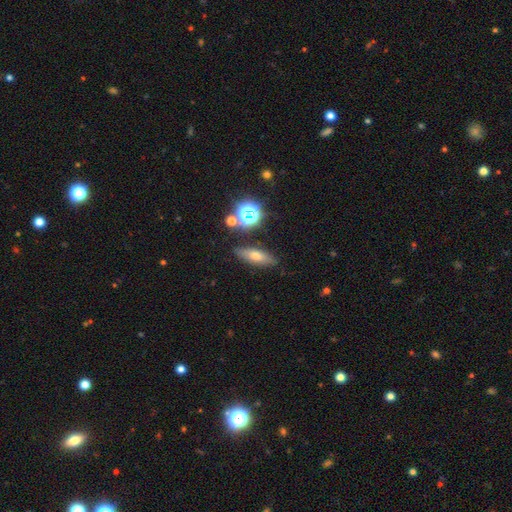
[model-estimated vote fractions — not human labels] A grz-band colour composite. It shows a smooth galaxy with no disk features (48%). Merging: none (85%).